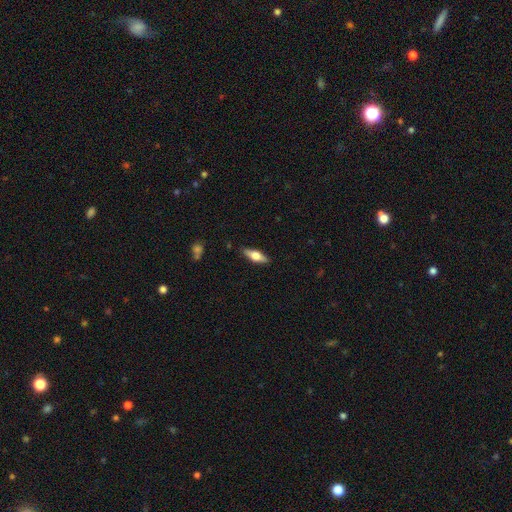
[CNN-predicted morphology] smooth_or_featured: smooth (p=0.53) [alt: featured or disk p=0.41]
how_rounded: in between (p=0.58) [alt: cigar-shaped p=0.39]
merging: none (p=0.86) [alt: minor disturbance p=0.10]